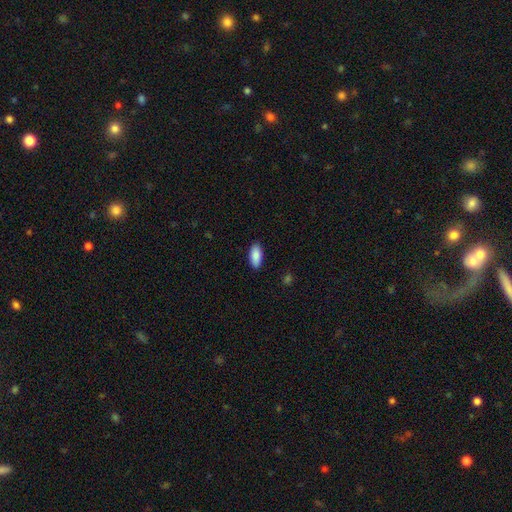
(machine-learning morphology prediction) This appears to be a smooth galaxy with no disk features (89%) that is in between round and cigar-shaped (90%). Merging: none (88%).